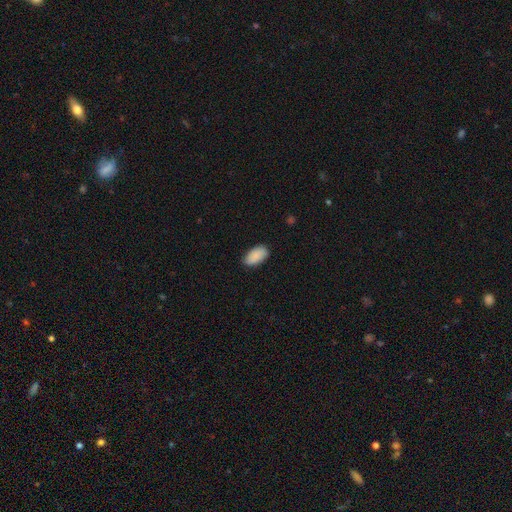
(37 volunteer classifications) Smooth or featured?
  - smooth: 92% *
  - star or artifact: 5%
  - featured or disk: 3%
How rounded?
  - in between: 100% *
  - round: 0%
  - cigar-shaped: 0%
Merging?
  - none: 89% *
  - minor disturbance: 6%
  - major disturbance: 3%
  - merger: 3%